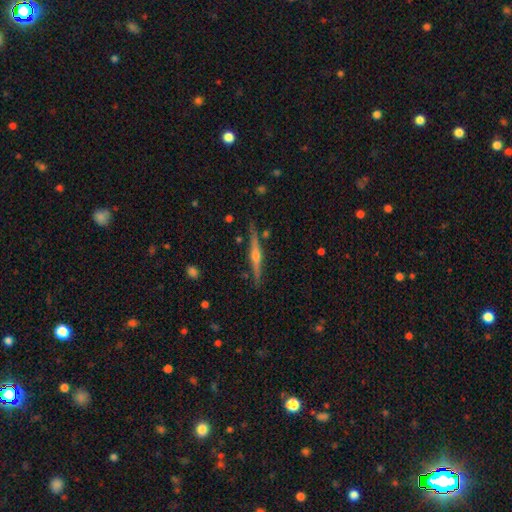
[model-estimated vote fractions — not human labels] Smooth or featured?
  - featured or disk: 82% *
  - smooth: 12%
  - star or artifact: 6%
Edge-on disk?
  - yes: 98% *
  - no: 2%
Edge-on bulge?
  - rounded: 91% *
  - boxy: 5%
  - none: 5%
Merging?
  - none: 89% *
  - minor disturbance: 8%
  - merger: 2%
  - major disturbance: 2%